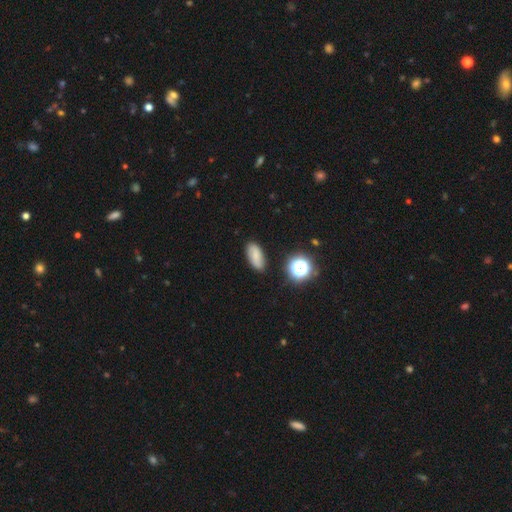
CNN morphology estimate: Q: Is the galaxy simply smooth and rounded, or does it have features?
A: smooth — 73%.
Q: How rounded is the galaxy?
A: in between — 86%.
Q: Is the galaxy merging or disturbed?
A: none — 82%.